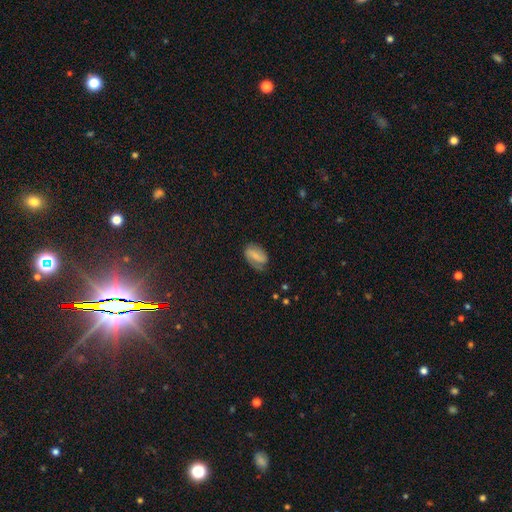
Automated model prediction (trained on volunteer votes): This appears to be a smooth galaxy with no disk features (54%) that is in between round and cigar-shaped (87%). Merging: none (57%).